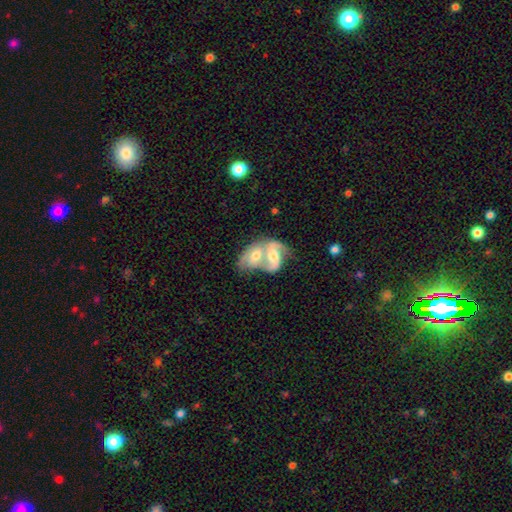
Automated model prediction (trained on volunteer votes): Smooth or featured? featured or disk (65%)
Edge-on disk? no (95%)
Bar? no (48%)
Spiral arms? yes (78%)
Bulge size? moderate (63%)
Merging? merger (83%)